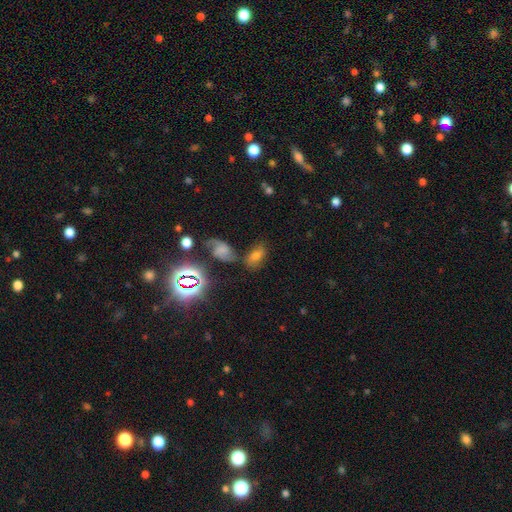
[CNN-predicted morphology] smooth_or_featured: smooth (p=0.46) [alt: star or artifact p=0.30]
merging: none (p=0.59) [alt: merger p=0.16]